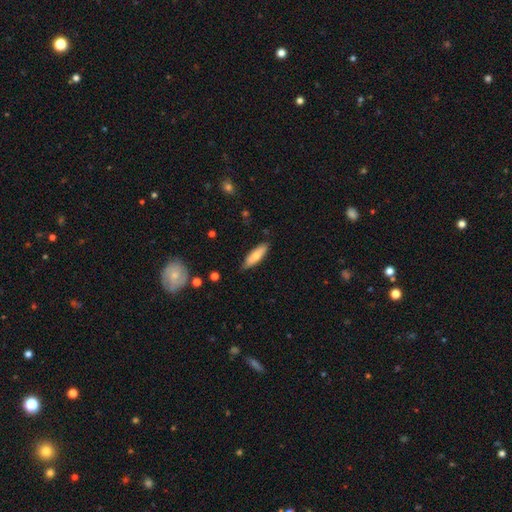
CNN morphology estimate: type=smooth (71%); roundness=cigar-shaped (58%); merging=none (83%).